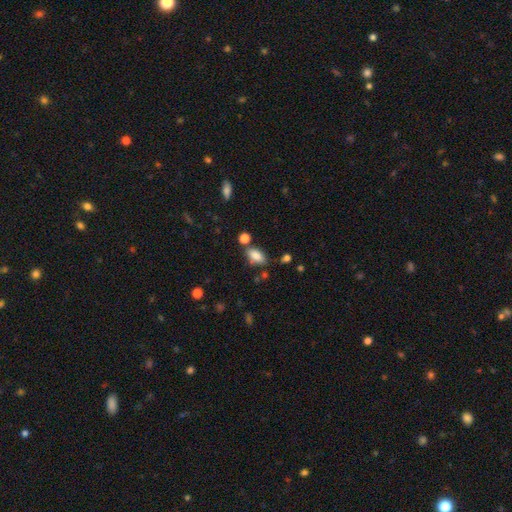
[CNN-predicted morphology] A smooth galaxy with no disk features (83%) that is in between round and cigar-shaped (88%). Merging: none (67%).